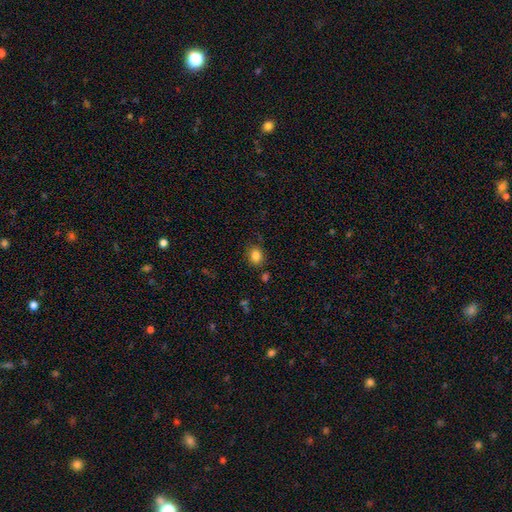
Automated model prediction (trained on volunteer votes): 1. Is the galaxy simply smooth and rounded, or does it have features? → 84% smooth, 10% star or artifact, 5% featured or disk.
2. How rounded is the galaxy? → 56% in between, 43% round, 1% cigar-shaped.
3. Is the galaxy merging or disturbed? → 81% none, 12% minor disturbance, 4% merger, 3% major disturbance.